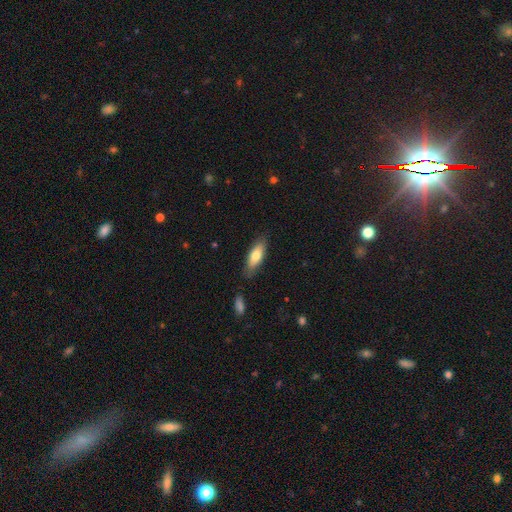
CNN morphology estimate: type=smooth (72%); roundness=in between (65%); merging=none (81%).